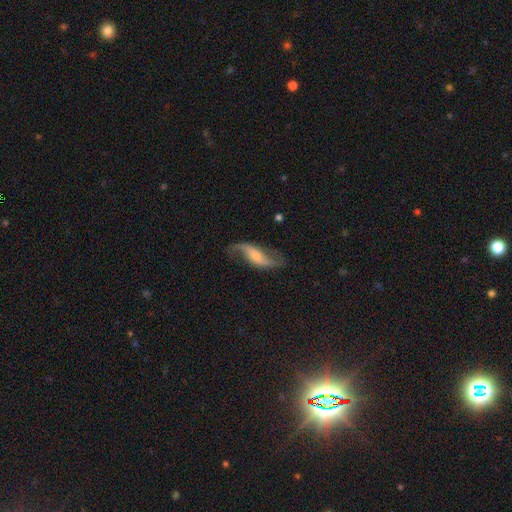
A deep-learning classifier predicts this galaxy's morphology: Smooth or featured?
  - featured or disk: 81% *
  - smooth: 13%
  - star or artifact: 6%
Edge-on disk?
  - no: 91% *
  - yes: 9%
Bar?
  - no: 39% * (tied)
  - weak: 39% * (tied)
  - strong: 22%
Spiral arms?
  - yes: 94% *
  - no: 6%
Spiral winding?
  - loose: 87% *
  - medium: 10%
  - tight: 3%
Spiral arm count?
  - 2: 92% *
  - 1: 3%
  - can't tell: 2%
  - 3: 1%
  - 4: 1%
  - more than 4: 1%
Bulge size?
  - small: 41% *
  - moderate: 34%
  - none: 16%
  - large: 7%
  - dominant: 2%
Merging?
  - none: 71% *
  - minor disturbance: 17%
  - major disturbance: 10%
  - merger: 2%